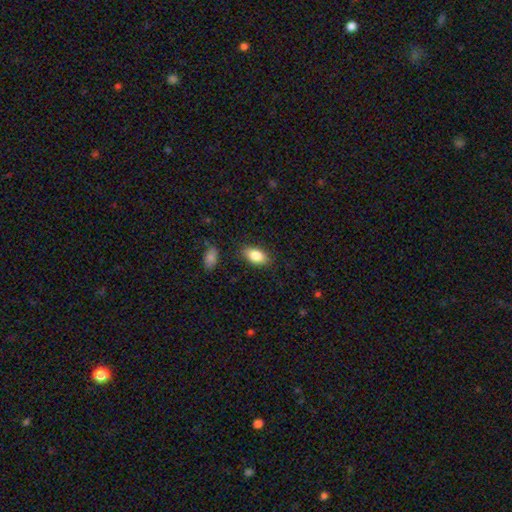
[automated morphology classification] The model was most divided on "merging": none: 85%, minor disturbance: 11%, major disturbance: 3%, merger: 2%. More confident: how rounded — in between (91%); smooth or featured — smooth (85%).